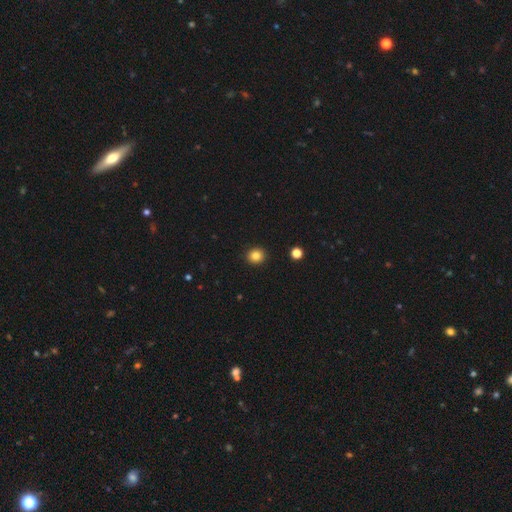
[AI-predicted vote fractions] smooth 84%, star or artifact 12%, featured or disk 5%. Down the decision tree: how rounded — round (84%); merging — none (92%).